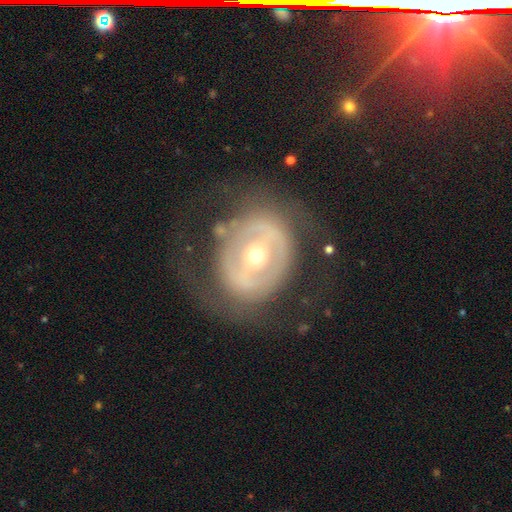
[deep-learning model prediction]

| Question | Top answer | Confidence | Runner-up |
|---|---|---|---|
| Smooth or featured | featured or disk | 73% | smooth (19%) |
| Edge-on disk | no | 95% | yes (5%) |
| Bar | no | 36% | weak (32%) |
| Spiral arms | no | 60% | yes (40%) |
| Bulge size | small | 55% | moderate (41%) |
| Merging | none | 62% | major disturbance (20%) |